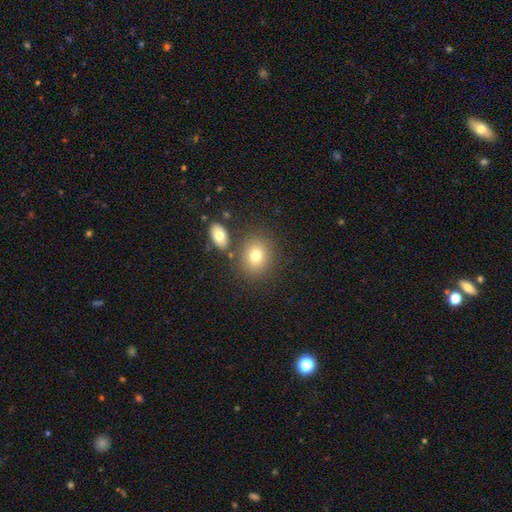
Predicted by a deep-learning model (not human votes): This appears to be a smooth galaxy with no disk features (75%) that is round (58%). Merging: none (74%).